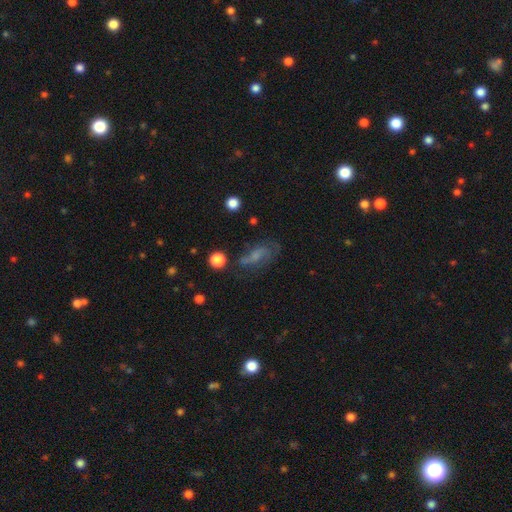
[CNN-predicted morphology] A featured or disk galaxy (45%). Merging: none (50%).